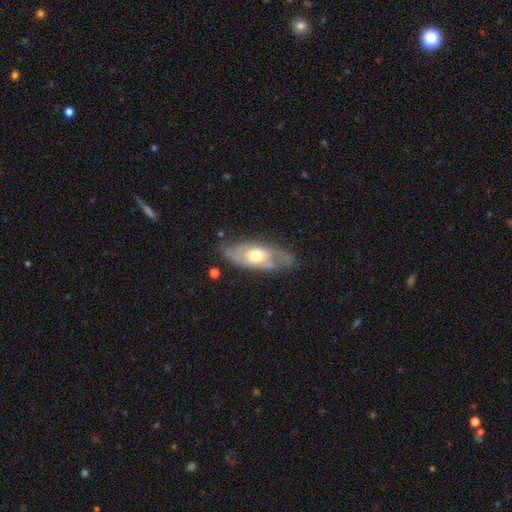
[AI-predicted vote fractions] Smooth or featured? featured or disk (61%)
Edge-on disk? no (80%)
Merging? none (67%)